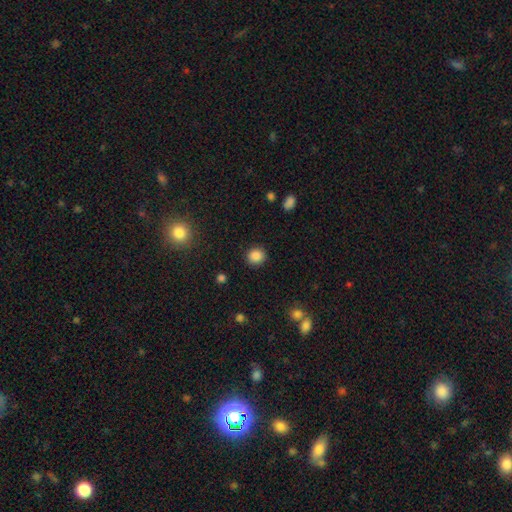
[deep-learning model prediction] Smooth or featured? Predicted: smooth (p=0.86). How rounded? Predicted: round (p=0.88). Merging? Predicted: none (p=0.90).